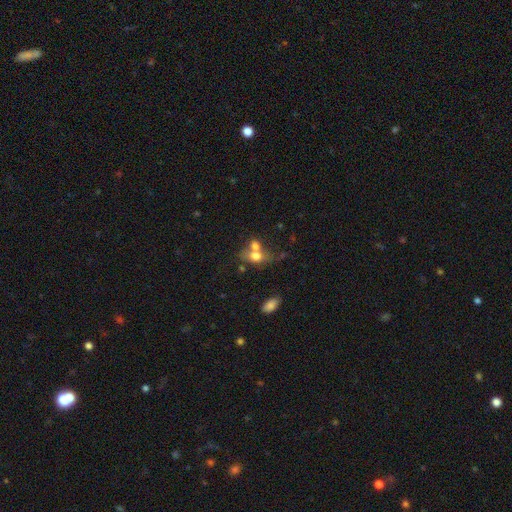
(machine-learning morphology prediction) The model was most divided on "merging": merger: 56%, none: 27%, minor disturbance: 10%, major disturbance: 7%. More confident: smooth or featured — smooth (69%); how rounded — in between (67%).